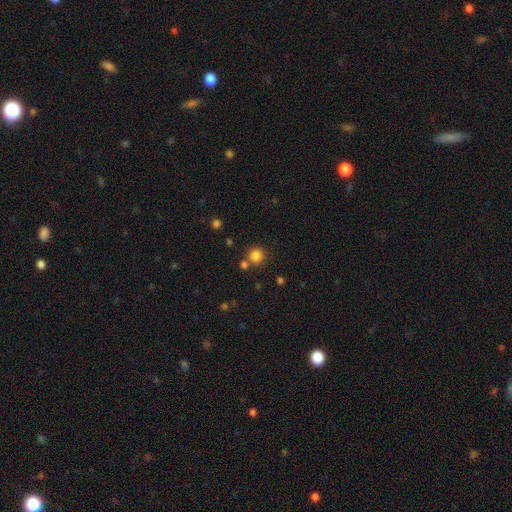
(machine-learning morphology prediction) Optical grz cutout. It shows a smooth galaxy with no disk features (83%) that is round (94%). Merging: none (77%).